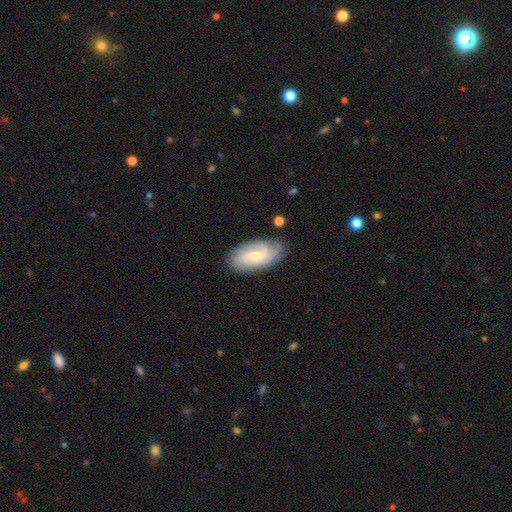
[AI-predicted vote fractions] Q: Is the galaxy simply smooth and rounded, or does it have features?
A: featured or disk — 63%.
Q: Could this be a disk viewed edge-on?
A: no — 93%.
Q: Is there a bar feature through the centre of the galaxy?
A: no — 46%.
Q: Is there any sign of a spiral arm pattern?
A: yes — 88%.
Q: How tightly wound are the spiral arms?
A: tight — 39%, tied with medium.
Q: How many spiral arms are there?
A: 2 — 37%.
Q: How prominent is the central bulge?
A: small — 67%.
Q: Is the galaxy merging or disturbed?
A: none — 76%.